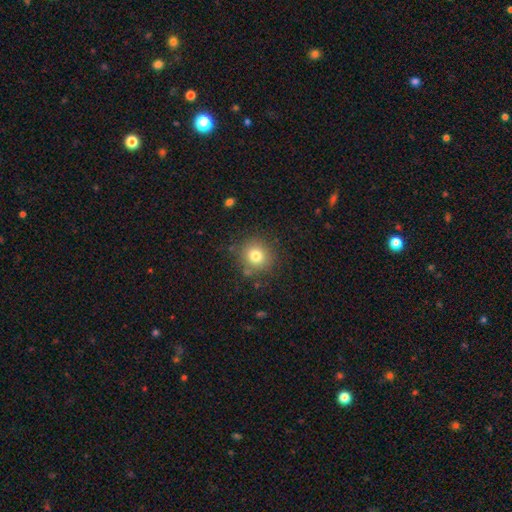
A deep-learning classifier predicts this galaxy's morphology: A smooth galaxy with no disk features (78%) that is round (87%).

Vote fractions:
- Smooth or featured? smooth: 78% / star or artifact: 13% / featured or disk: 9%
- How rounded? round: 87% / in between: 12% / cigar-shaped: 1%
- Merging? none: 84% / minor disturbance: 10% / major disturbance: 4% / merger: 3%